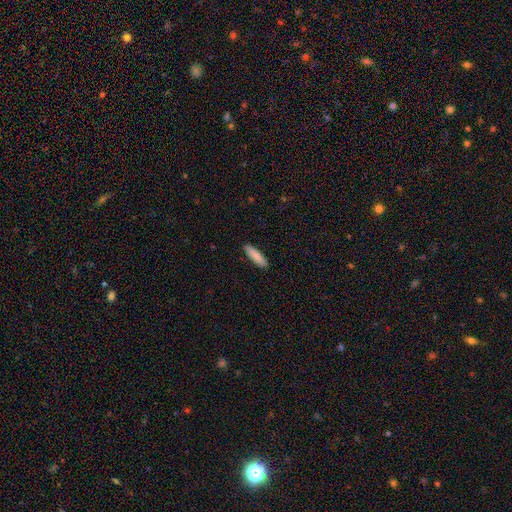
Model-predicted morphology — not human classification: Smooth or featured: smooth — 88% (featured or disk — 7%)
How rounded: cigar-shaped — 68% (in between — 30%)
Merging: none — 90% (minor disturbance — 7%)